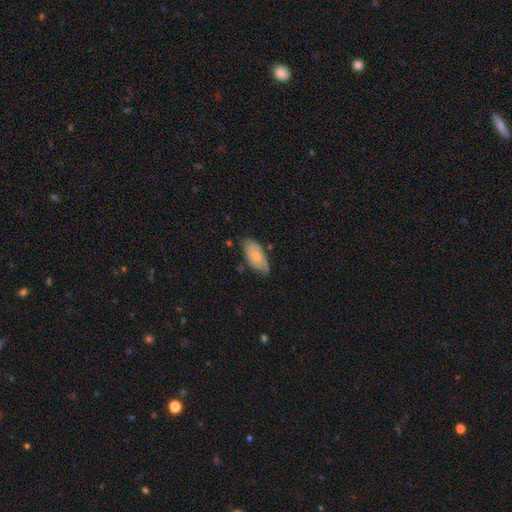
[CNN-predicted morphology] type=smooth (58%); roundness=in between (91%); merging=none (64%).